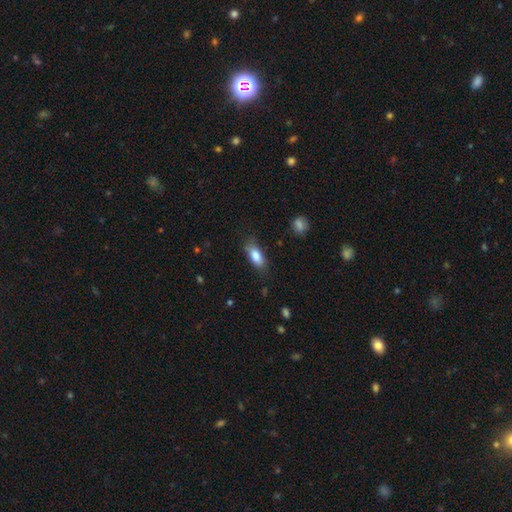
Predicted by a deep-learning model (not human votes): This is clearly a smooth galaxy (83%). How rounded: clearly in between (81%). Merging: likely none (74%).